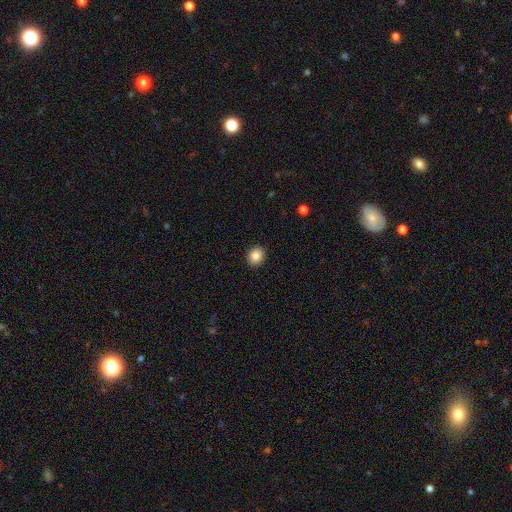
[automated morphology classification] A smooth galaxy with no disk features (87%) that is round (74%).

Vote fractions:
- Smooth or featured? smooth: 87% / star or artifact: 9% / featured or disk: 4%
- How rounded? round: 74% / in between: 25% / cigar-shaped: 1%
- Merging? none: 92% / minor disturbance: 6% / major disturbance: 2% / merger: 1%